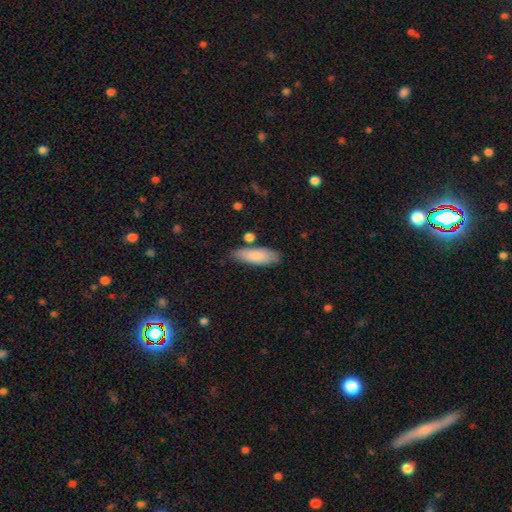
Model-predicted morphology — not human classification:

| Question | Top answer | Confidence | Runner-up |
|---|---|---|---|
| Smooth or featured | smooth | 84% | featured or disk (10%) |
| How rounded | in between | 53% | cigar-shaped (45%) |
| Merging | none | 77% | minor disturbance (15%) |